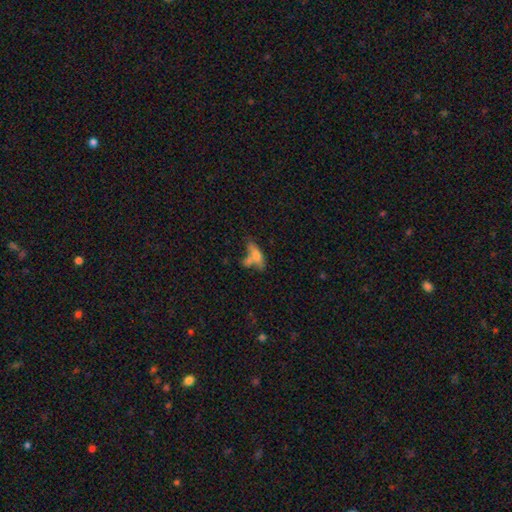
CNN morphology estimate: type=smooth (65%); roundness=in between (56%); merging=none (40%).